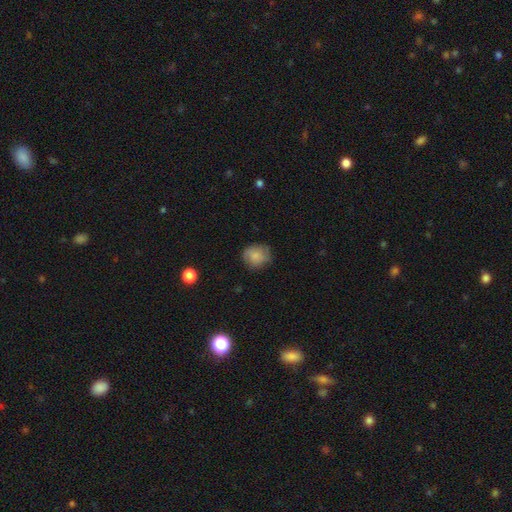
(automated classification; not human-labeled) smooth_or_featured: smooth (p=0.80) [alt: featured or disk p=0.11]
how_rounded: round (p=0.83) [alt: in between p=0.16]
merging: none (p=0.75) [alt: minor disturbance p=0.19]